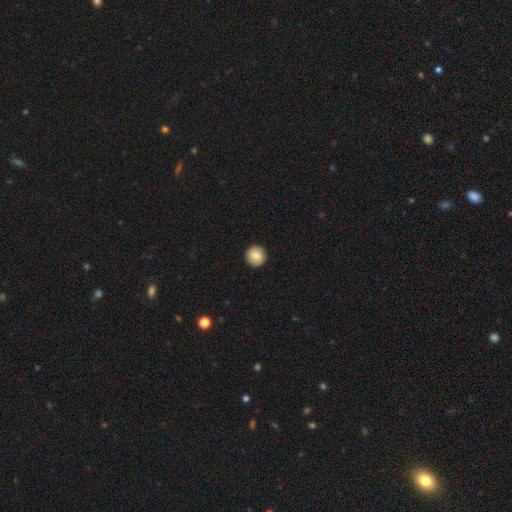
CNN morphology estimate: The model was most divided on "smooth or featured": smooth: 78%, featured or disk: 14%, star or artifact: 8%. More confident: how rounded — round (95%); merging — none (92%).